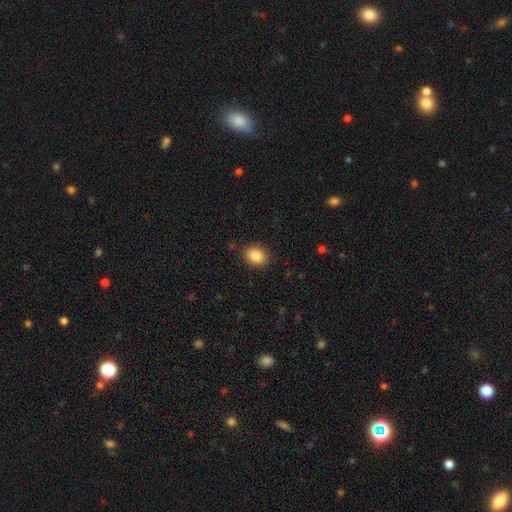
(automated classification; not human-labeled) smooth-or-featured: smooth: 86% | star or artifact: 9% | featured or disk: 5%
  how-rounded: in between: 55% | round: 44% | cigar-shaped: 1%
  merging: none: 87% | minor disturbance: 9% | major disturbance: 3% | merger: 1%